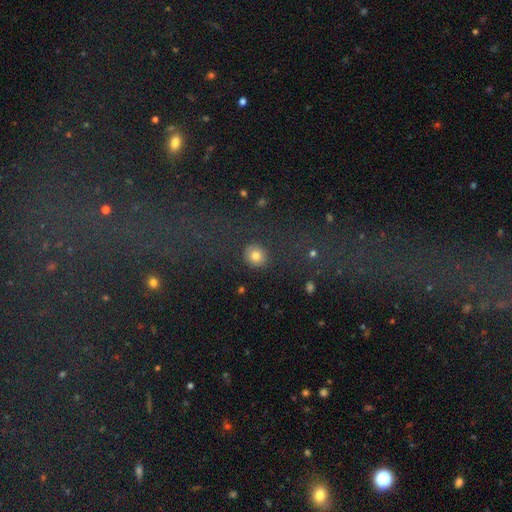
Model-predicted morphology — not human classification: Q: Smooth or featured?
A: smooth (79%); runner-up: star or artifact (12%)
Q: How rounded?
A: round (82%); runner-up: in between (17%)
Q: Merging?
A: none (87%); runner-up: minor disturbance (8%)